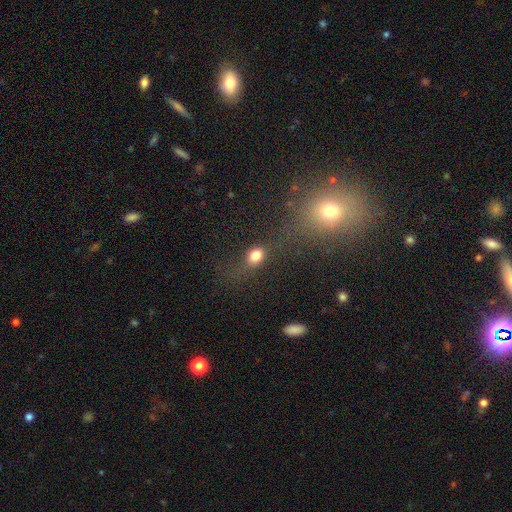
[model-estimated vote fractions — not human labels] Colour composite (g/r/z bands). It shows a smooth galaxy with no disk features (77%) that is in between round and cigar-shaped (57%). Merging: none (58%).